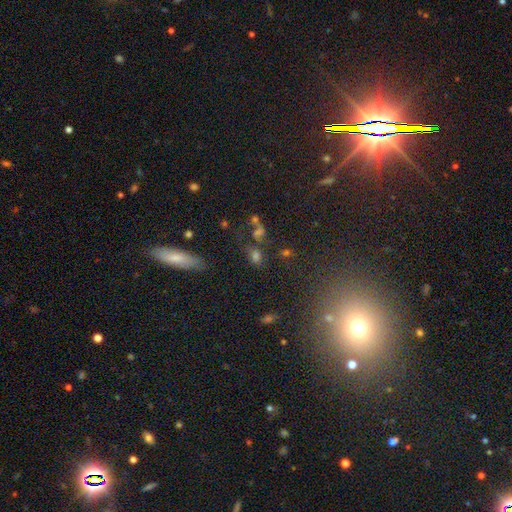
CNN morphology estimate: Q: Smooth or featured?
A: smooth (57%); runner-up: star or artifact (28%)
Q: How rounded?
A: in between (62%); runner-up: round (29%)
Q: Merging?
A: none (60%); runner-up: merger (16%)